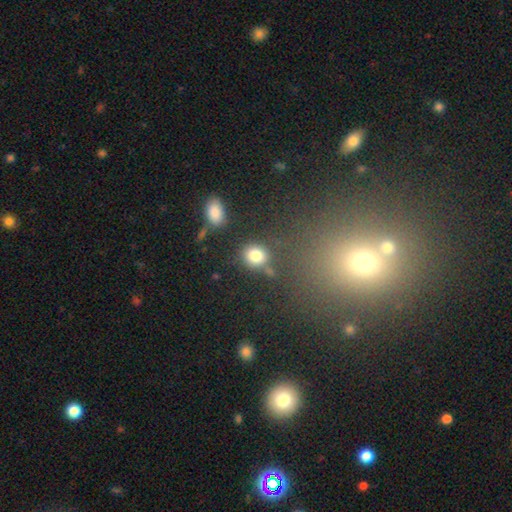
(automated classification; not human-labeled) smooth 82%, star or artifact 11%, featured or disk 7%. Down the decision tree: how rounded — round (72%); merging — none (68%).